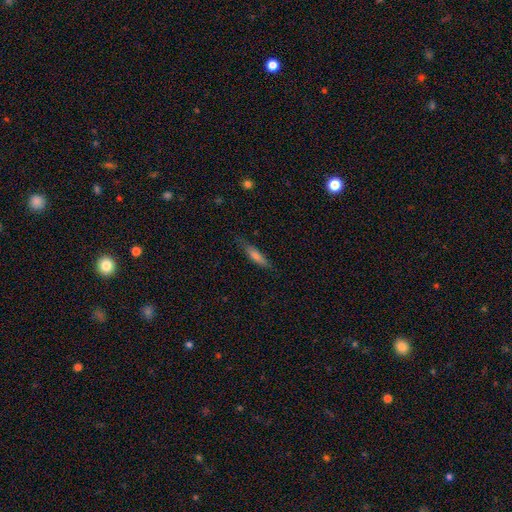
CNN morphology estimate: type=smooth (65%); roundness=cigar-shaped (79%); merging=none (77%).